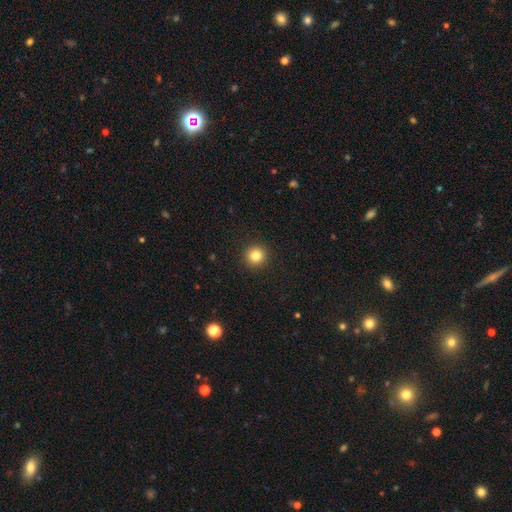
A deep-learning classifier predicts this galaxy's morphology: This appears to be a smooth galaxy with no disk features (83%) that is round (95%). Merging: none (93%).